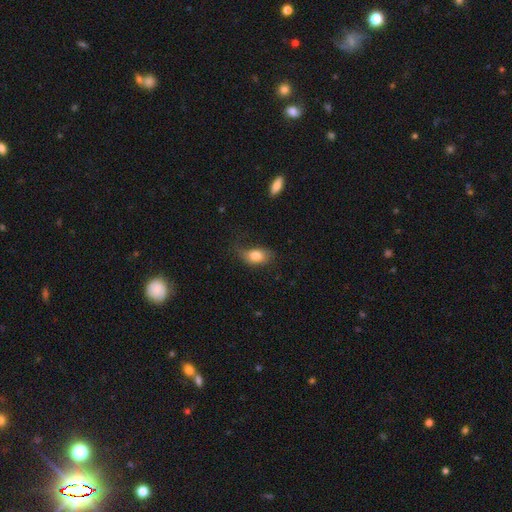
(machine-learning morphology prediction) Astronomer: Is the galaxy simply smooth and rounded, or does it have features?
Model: smooth — 81%.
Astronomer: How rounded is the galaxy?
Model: in between — 85%.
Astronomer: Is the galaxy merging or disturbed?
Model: none — 57%.